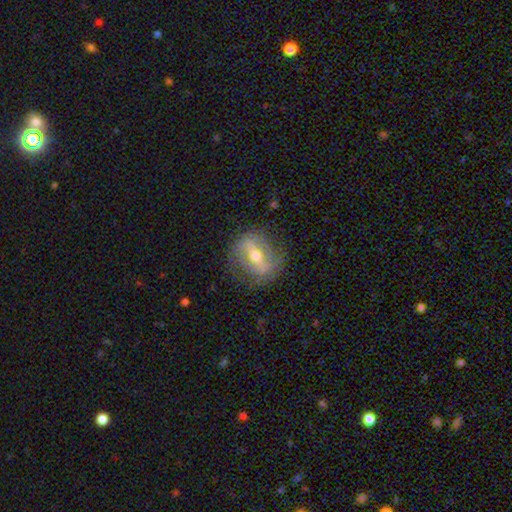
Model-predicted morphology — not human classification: type=featured or disk (71%); edge-on=no (84%); bar=strong (61%); spiral arms=yes (51%); bulge=moderate (68%); merging=none (75%).